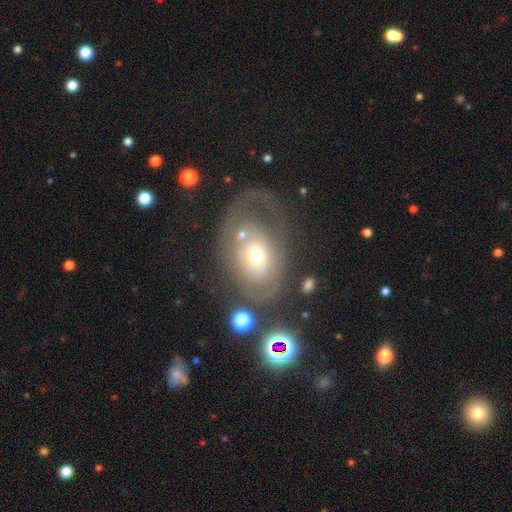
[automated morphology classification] Smooth or featured?
  - featured or disk: 59% *
  - smooth: 32%
  - star or artifact: 9%
Edge-on disk?
  - no: 94% *
  - yes: 6%
Bar?
  - no: 85% *
  - weak: 11%
  - strong: 4%
Spiral arms?
  - no: 55% *
  - yes: 45%
Bulge size?
  - moderate: 56% *
  - small: 34%
  - large: 7%
  - dominant: 2%
  - none: 1%
Merging?
  - none: 48% *
  - major disturbance: 27%
  - minor disturbance: 18%
  - merger: 7%